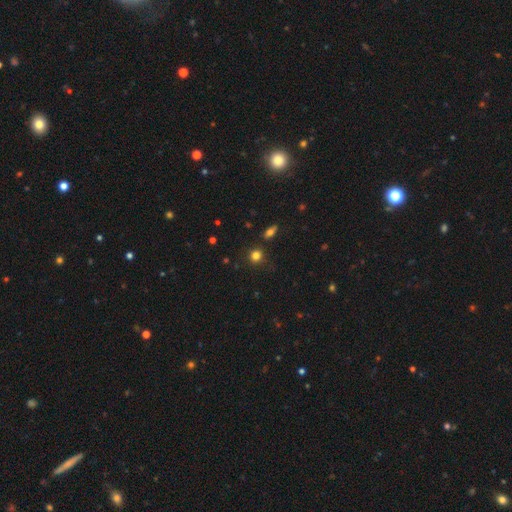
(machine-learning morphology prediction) type=smooth (80%); roundness=round (87%); merging=none (82%).